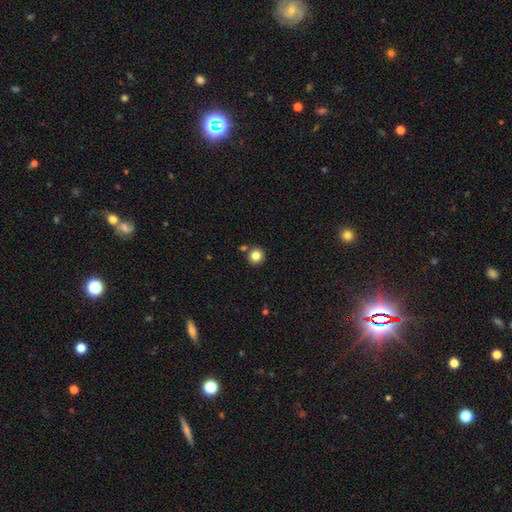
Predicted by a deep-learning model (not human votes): Morphology: type=smooth (83%); roundness=round (93%); merging=none (84%).